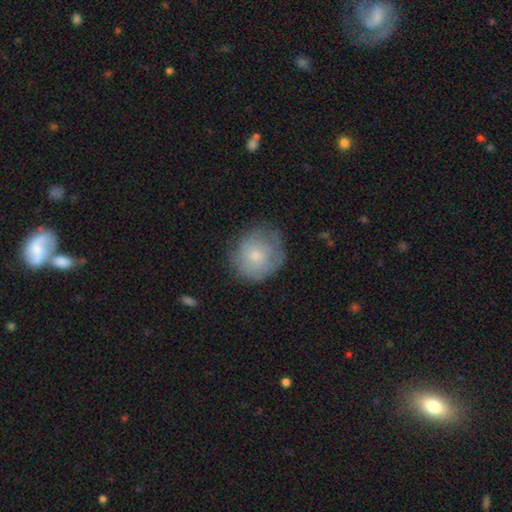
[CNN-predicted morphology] Smooth or featured?
  - smooth: 69% *
  - featured or disk: 23%
  - star or artifact: 8%
How rounded?
  - round: 77% *
  - in between: 22%
  - cigar-shaped: 1%
Merging?
  - none: 63% *
  - minor disturbance: 26%
  - major disturbance: 9%
  - merger: 2%